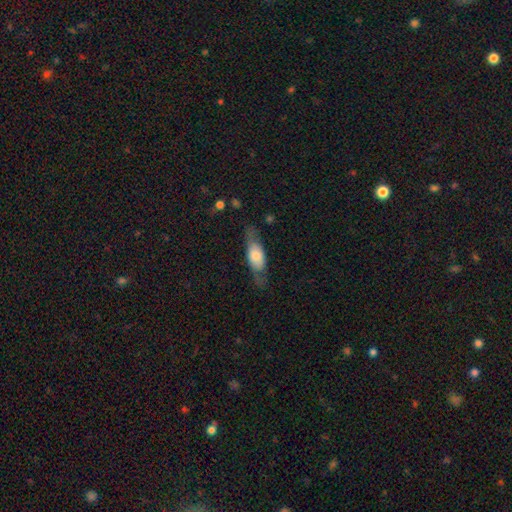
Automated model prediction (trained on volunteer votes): This is possibly a smooth galaxy (54%). How rounded: likely in between (68%). Merging: likely none (65%).